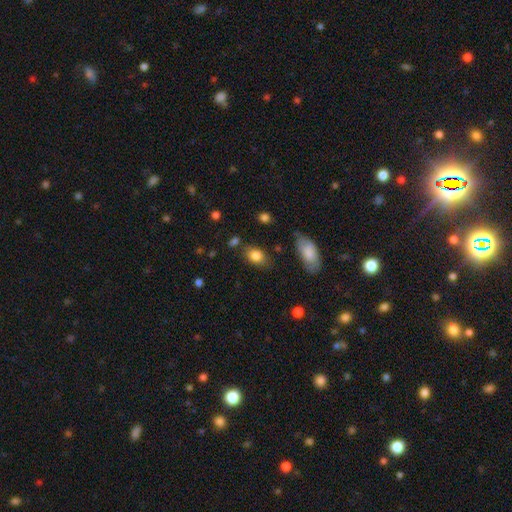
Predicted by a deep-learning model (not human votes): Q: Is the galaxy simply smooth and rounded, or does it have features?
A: smooth — 83%.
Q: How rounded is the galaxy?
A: in between — 83%.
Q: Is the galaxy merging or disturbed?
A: none — 73%.